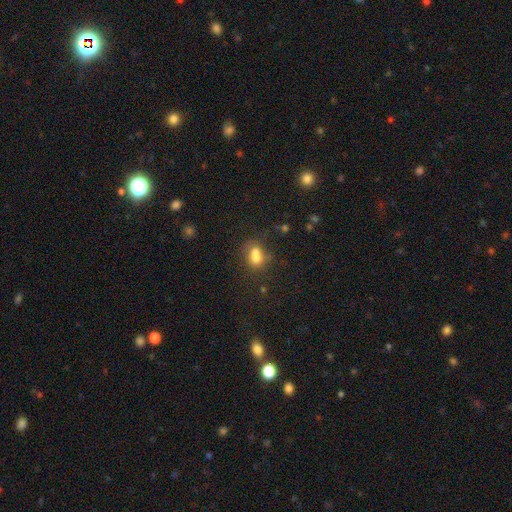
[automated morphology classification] Smooth or featured? smooth (72%)
How rounded? in between (65%)
Merging? merger (39%, tied with none)